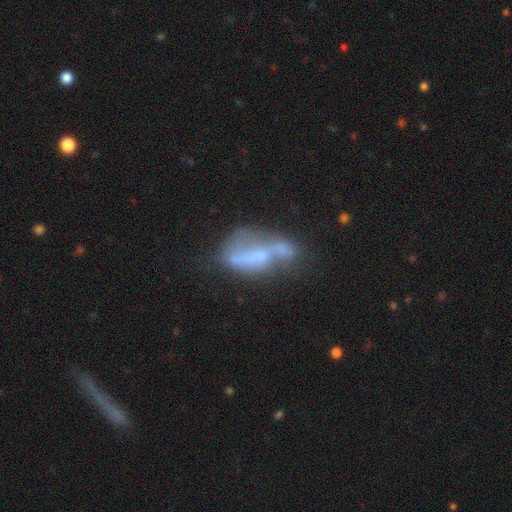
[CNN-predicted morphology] This is possibly a featured or disk galaxy (56%). It is clearly not viewed edge-on (86%). Merging: marginally merger (37%).